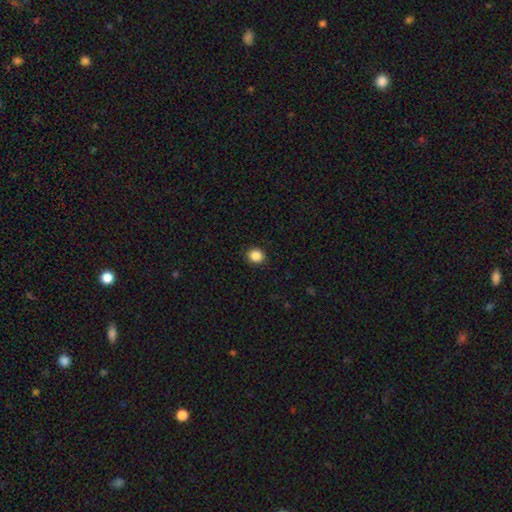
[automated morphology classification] Q: Smooth or featured?
A: smooth (87%); runner-up: star or artifact (10%)
Q: How rounded?
A: round (85%); runner-up: in between (14%)
Q: Merging?
A: none (92%); runner-up: minor disturbance (5%)